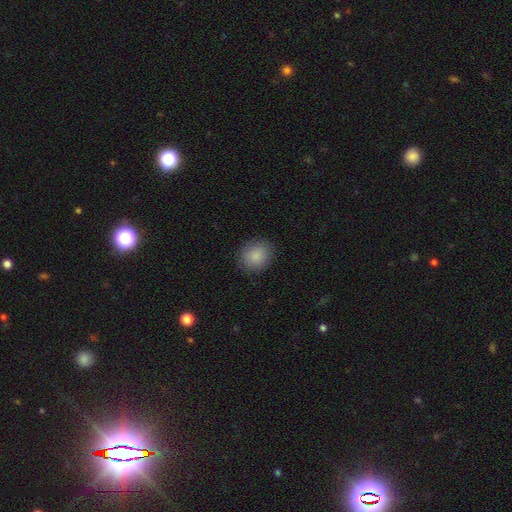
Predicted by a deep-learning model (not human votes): Smooth or featured? smooth (88%)
How rounded? round (77%)
Merging? none (88%)